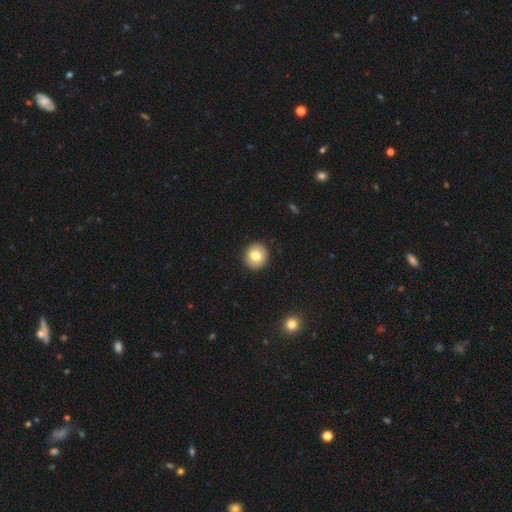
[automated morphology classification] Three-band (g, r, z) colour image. It shows a smooth galaxy with no disk features (76%) that is round (88%). Merging: none (92%).